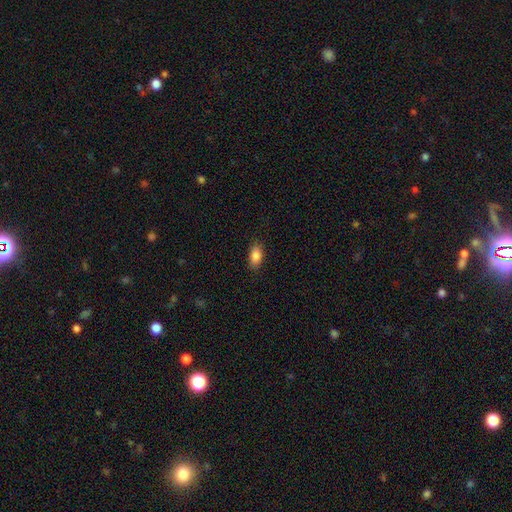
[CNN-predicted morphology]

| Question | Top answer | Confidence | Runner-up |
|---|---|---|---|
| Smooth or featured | smooth | 87% | star or artifact (8%) |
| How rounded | in between | 91% | round (5%) |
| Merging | none | 87% | minor disturbance (10%) |